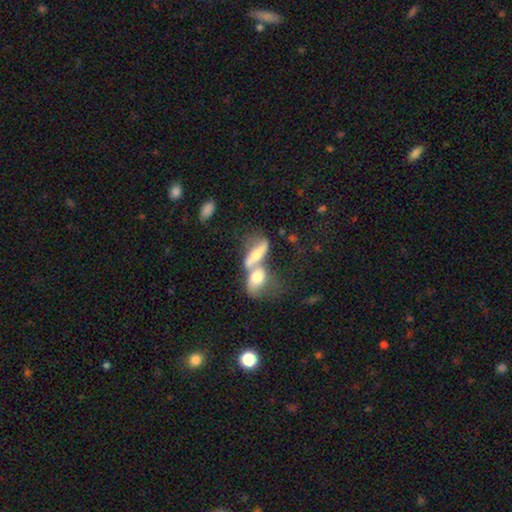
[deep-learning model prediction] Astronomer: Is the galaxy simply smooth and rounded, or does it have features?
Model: featured or disk — 46% (runner-up: smooth, 44%).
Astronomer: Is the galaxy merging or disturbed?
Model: merger — 73%.